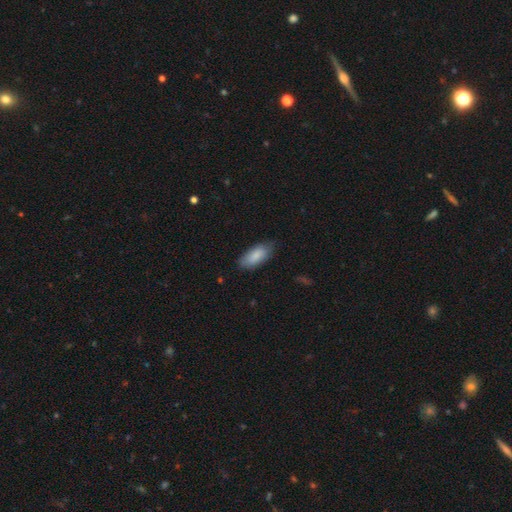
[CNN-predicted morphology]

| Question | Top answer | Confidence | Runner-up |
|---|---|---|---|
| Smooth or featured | smooth | 86% | featured or disk (8%) |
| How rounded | in between | 86% | cigar-shaped (12%) |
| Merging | none | 76% | minor disturbance (20%) |